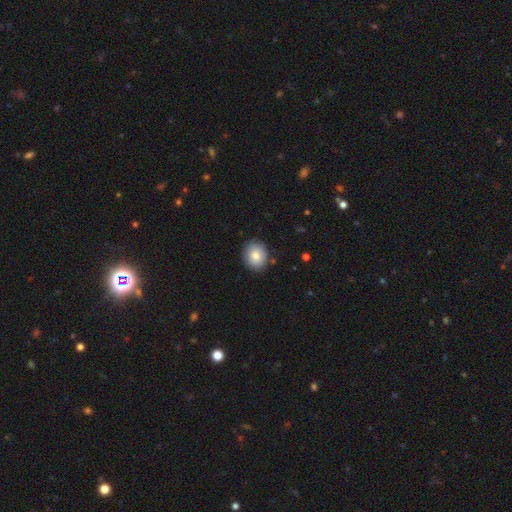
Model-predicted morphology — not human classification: This appears to be a smooth galaxy with no disk features (81%) that is round (63%). Merging: none (86%).